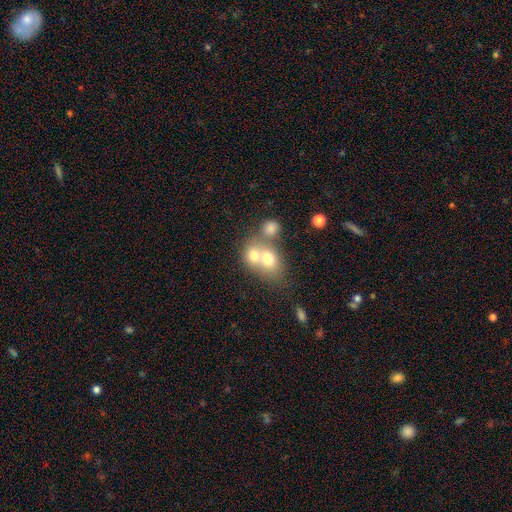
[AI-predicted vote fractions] Smooth or featured? smooth (66%)
How rounded? round (58%)
Merging? merger (68%)